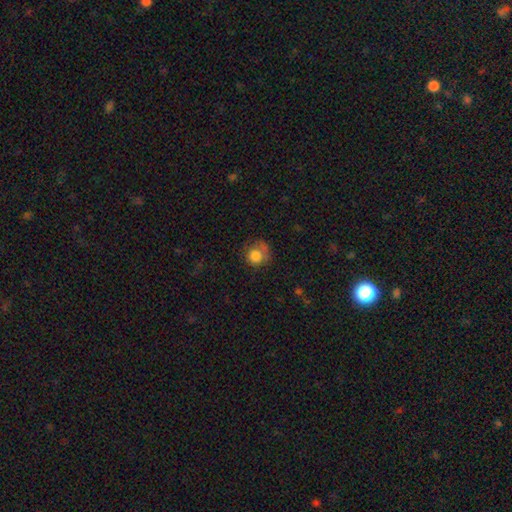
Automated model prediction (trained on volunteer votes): A smooth galaxy with no disk features (78%) that is round (81%).

Vote fractions:
- Smooth or featured? smooth: 78% / featured or disk: 13% / star or artifact: 9%
- How rounded? round: 81% / in between: 18% / cigar-shaped: 1%
- Merging? none: 50% / minor disturbance: 27% / major disturbance: 21% / merger: 2%